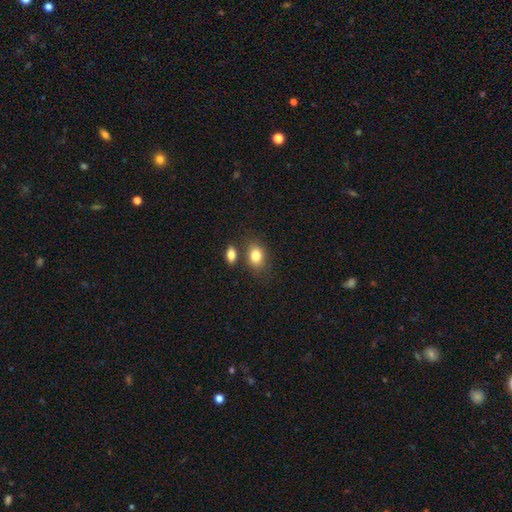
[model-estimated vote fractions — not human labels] smooth 82%, star or artifact 9%, featured or disk 9%. Down the decision tree: how rounded — in between (69%); merging — none (67%).